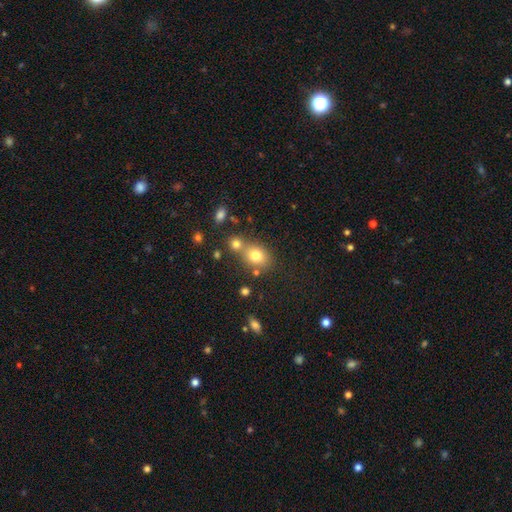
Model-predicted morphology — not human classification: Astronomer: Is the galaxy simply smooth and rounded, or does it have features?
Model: smooth — 76%.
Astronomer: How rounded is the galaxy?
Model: round — 51% (runner-up: in between, 48%).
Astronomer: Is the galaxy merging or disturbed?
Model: none — 56%.